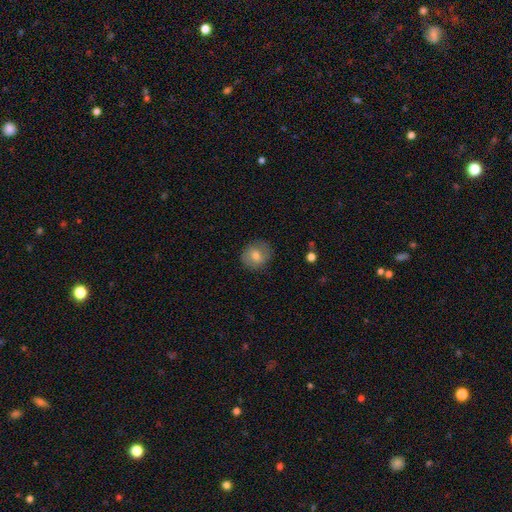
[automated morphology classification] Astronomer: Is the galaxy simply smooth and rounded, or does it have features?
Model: smooth — 71%.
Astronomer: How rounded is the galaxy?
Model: round — 76%.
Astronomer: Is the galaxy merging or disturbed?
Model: none — 83%.